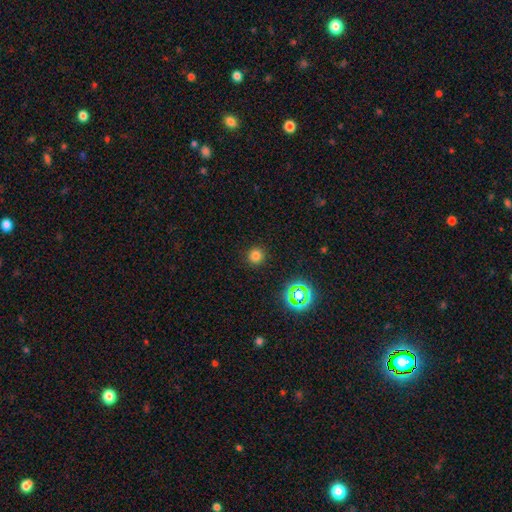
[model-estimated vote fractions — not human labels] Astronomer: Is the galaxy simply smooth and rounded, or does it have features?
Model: smooth — 75%.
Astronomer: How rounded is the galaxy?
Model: round — 94%.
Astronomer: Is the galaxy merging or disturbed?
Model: none — 91%.